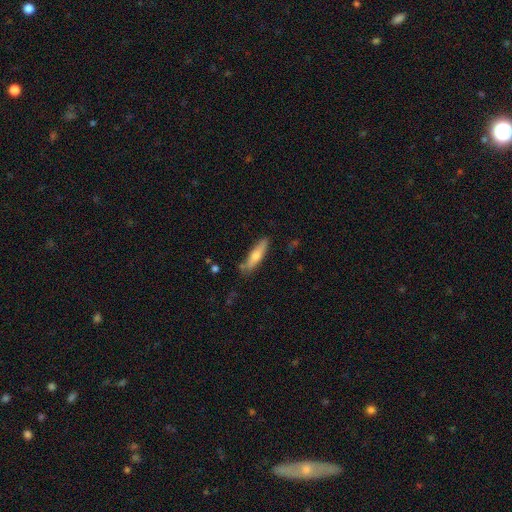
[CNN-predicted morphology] Smooth or featured? smooth (56%)
How rounded? cigar-shaped (79%)
Merging? none (79%)